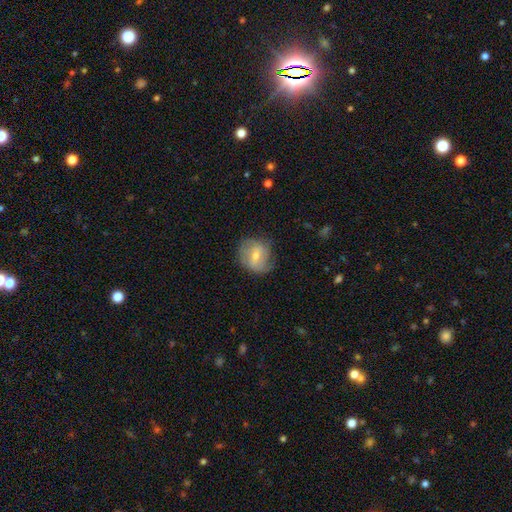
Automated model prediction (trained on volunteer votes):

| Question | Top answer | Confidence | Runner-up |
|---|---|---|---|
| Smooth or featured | smooth | 48% | featured or disk (45%) |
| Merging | none | 66% | minor disturbance (23%) |